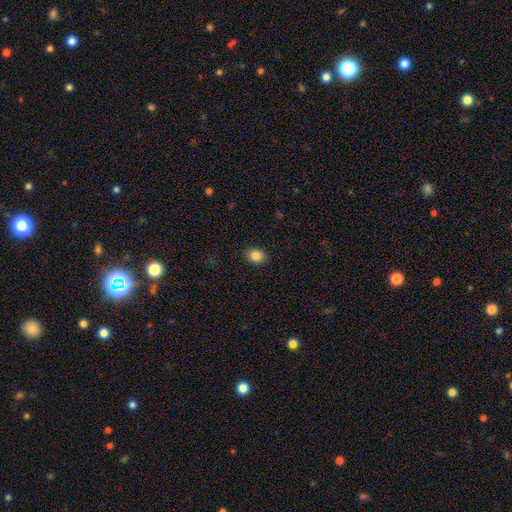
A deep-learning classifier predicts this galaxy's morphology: smooth 86%, star or artifact 10%, featured or disk 5%. Down the decision tree: how rounded — in between (50%); merging — none (90%).